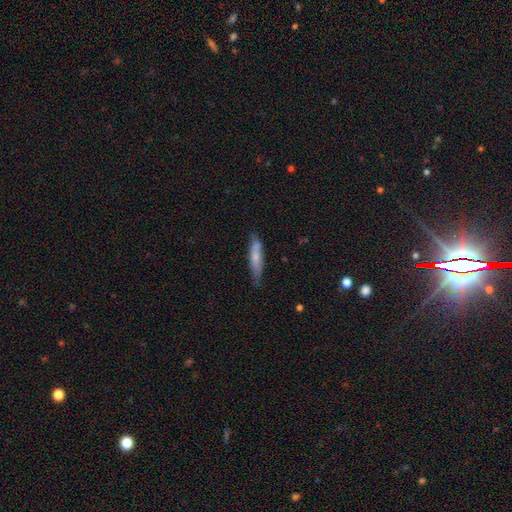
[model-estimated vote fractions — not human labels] Q: Smooth or featured?
A: smooth (64%); runner-up: featured or disk (30%)
Q: How rounded?
A: cigar-shaped (82%); runner-up: in between (16%)
Q: Merging?
A: none (72%); runner-up: minor disturbance (22%)